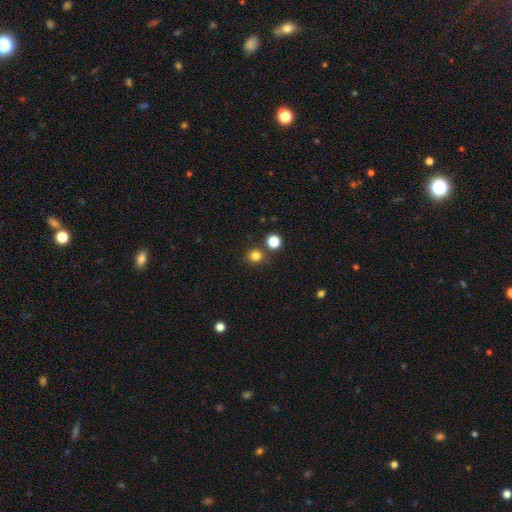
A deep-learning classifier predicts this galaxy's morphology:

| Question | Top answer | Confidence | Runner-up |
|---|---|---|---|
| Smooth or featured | smooth | 80% | star or artifact (15%) |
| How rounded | round | 90% | in between (9%) |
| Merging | none | 80% | merger (10%) |